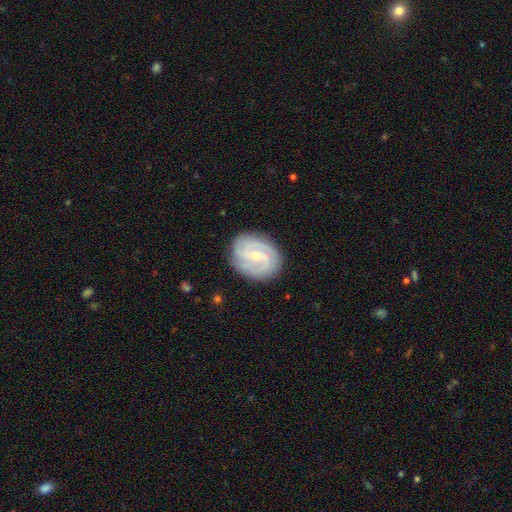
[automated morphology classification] Smooth or featured? Predicted: featured or disk (p=0.83). Edge-on disk? Predicted: no (p=0.98). Bar? Predicted: no (p=0.47). Spiral arms? Predicted: yes (p=0.97). Spiral winding? Predicted: tight (p=0.59). Spiral arm count? Predicted: 3 (p=0.35). Bulge size? Predicted: small (p=0.71). Merging? Predicted: none (p=0.84).